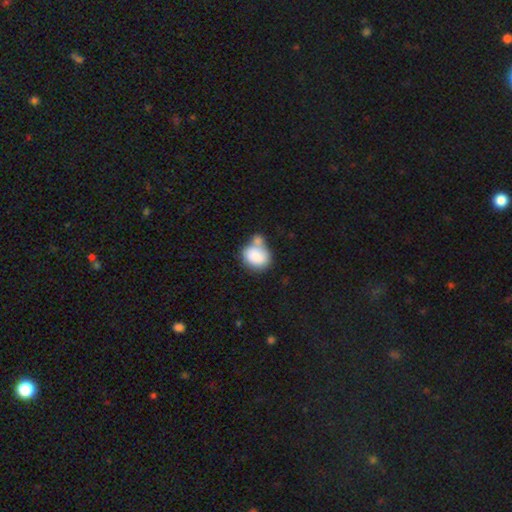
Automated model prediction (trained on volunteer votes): Morphology: type=smooth (82%); roundness=round (51%); merging=merger (46%).